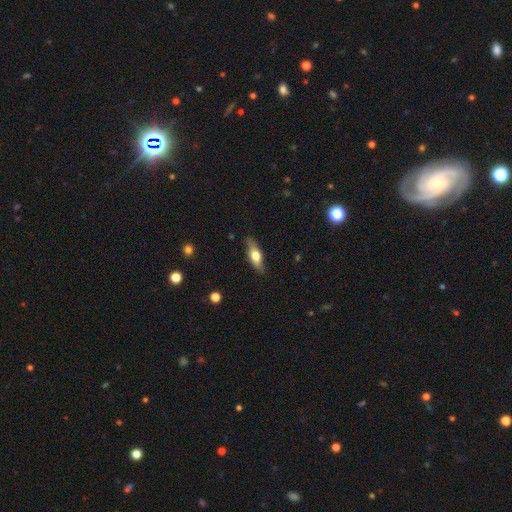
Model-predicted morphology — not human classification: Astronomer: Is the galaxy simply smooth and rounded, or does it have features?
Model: smooth — 55% (runner-up: featured or disk, 39%).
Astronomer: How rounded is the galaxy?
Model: in between — 59% (runner-up: cigar-shaped, 37%).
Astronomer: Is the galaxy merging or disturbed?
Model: none — 82%.